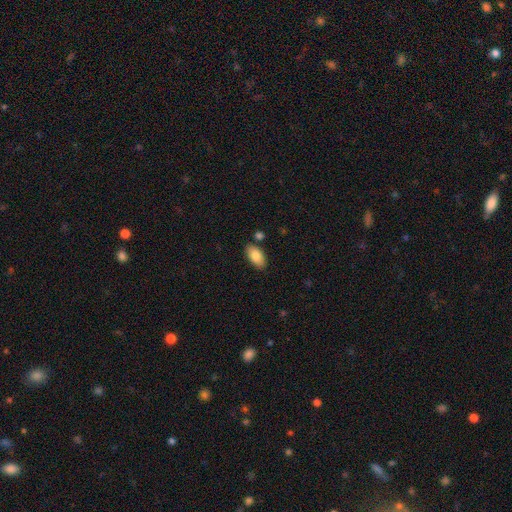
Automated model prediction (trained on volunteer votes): smooth_or_featured: smooth (p=0.84) [alt: featured or disk p=0.09]
how_rounded: in between (p=0.94) [alt: round p=0.03]
merging: none (p=0.82) [alt: minor disturbance p=0.11]